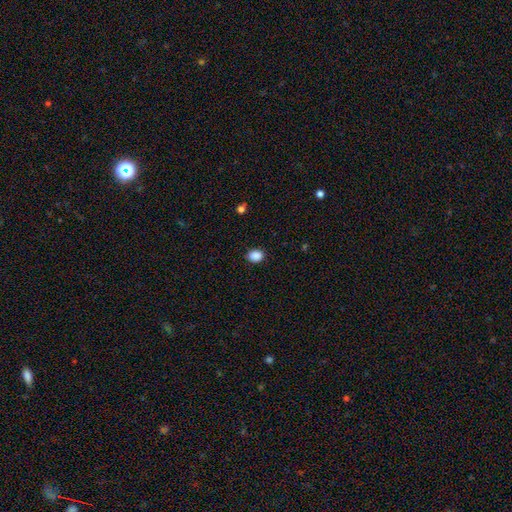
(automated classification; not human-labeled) Morphology: type=smooth (89%); roundness=in between (63%); merging=none (88%).